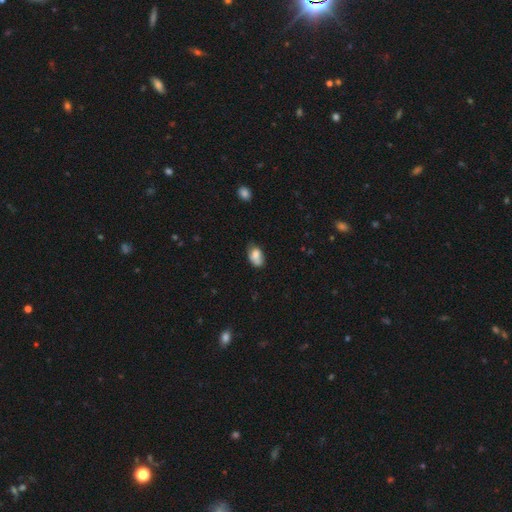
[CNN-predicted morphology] Smooth or featured? Predicted: smooth (p=0.77). How rounded? Predicted: in between (p=0.86). Merging? Predicted: none (p=0.49).